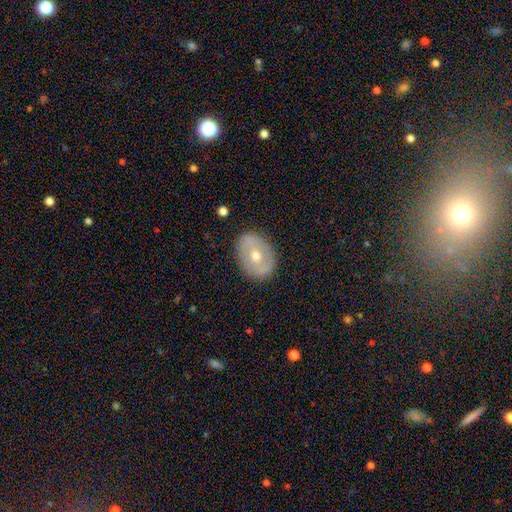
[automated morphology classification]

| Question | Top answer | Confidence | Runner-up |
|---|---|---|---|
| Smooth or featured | featured or disk | 49% | smooth (43%) |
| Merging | none | 86% | minor disturbance (10%) |